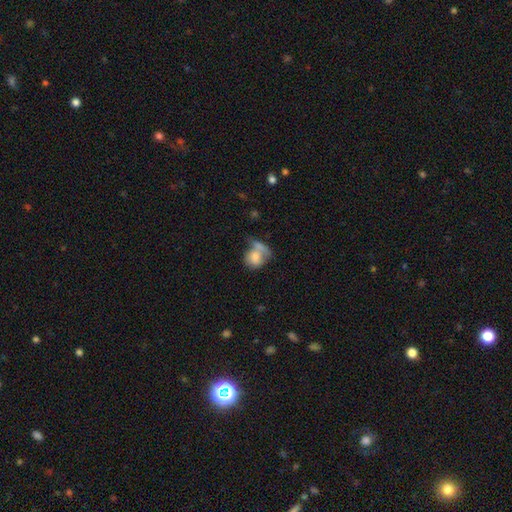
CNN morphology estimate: A smooth galaxy with no disk features (74%) that is round (56%).

Vote fractions:
- Smooth or featured? smooth: 74% / featured or disk: 18% / star or artifact: 8%
- How rounded? round: 56% / in between: 42% / cigar-shaped: 2%
- Merging? merger: 42% / none: 30% / minor disturbance: 15% / major disturbance: 13%